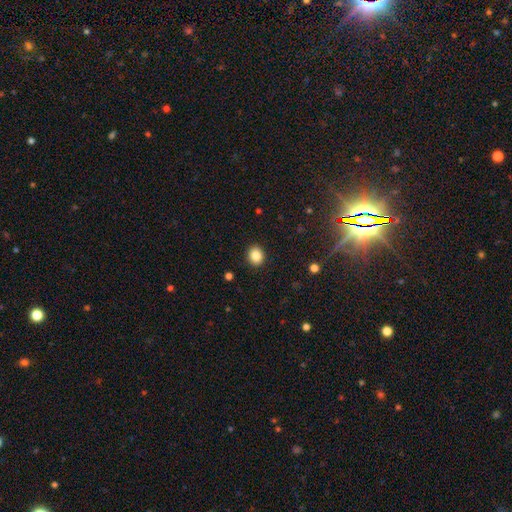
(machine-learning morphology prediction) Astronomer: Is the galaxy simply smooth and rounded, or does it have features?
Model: smooth — 86%.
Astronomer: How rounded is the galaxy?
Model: round — 71%.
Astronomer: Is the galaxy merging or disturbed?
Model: none — 91%.